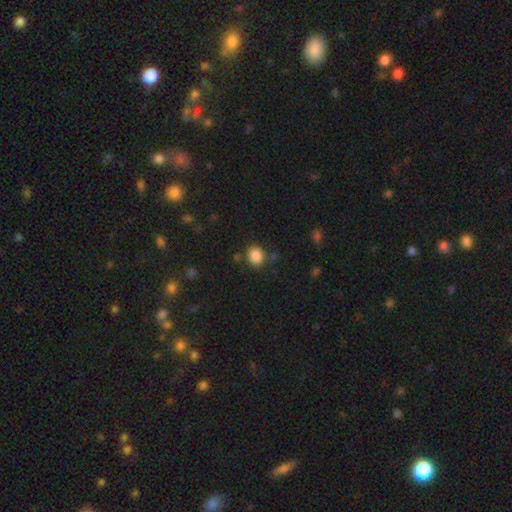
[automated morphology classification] A smooth galaxy with no disk features (86%) that is round (68%).

Vote fractions:
- Smooth or featured? smooth: 86% / star or artifact: 10% / featured or disk: 4%
- How rounded? round: 68% / in between: 31% / cigar-shaped: 1%
- Merging? none: 80% / minor disturbance: 11% / merger: 5% / major disturbance: 4%